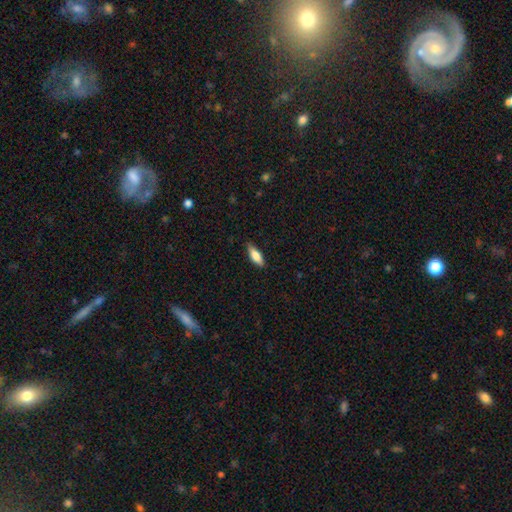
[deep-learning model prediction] A smooth galaxy with no disk features (79%) that is in between round and cigar-shaped (65%).

Vote fractions:
- Smooth or featured? smooth: 79% / featured or disk: 15% / star or artifact: 6%
- How rounded? in between: 65% / cigar-shaped: 33% / round: 2%
- Merging? none: 84% / minor disturbance: 13% / major disturbance: 2% / merger: 1%